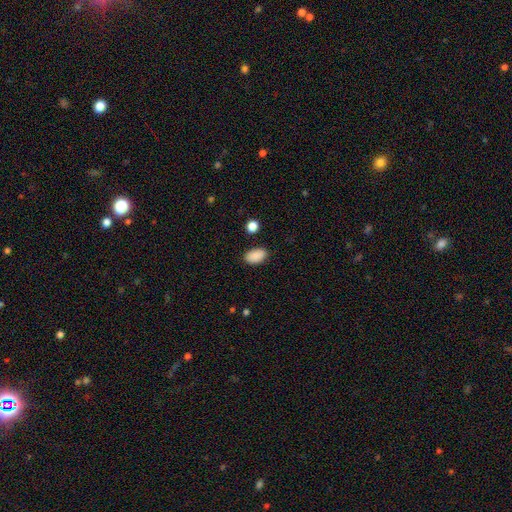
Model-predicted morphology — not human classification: The model was most divided on "merging": none: 86%, minor disturbance: 9%, major disturbance: 2%, merger: 2%. More confident: how rounded — in between (92%); smooth or featured — smooth (89%).